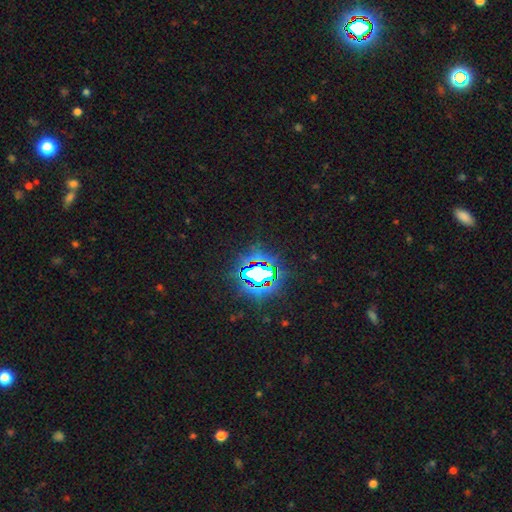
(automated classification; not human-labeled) Smooth or featured: star or artifact — 83% (smooth — 10%)